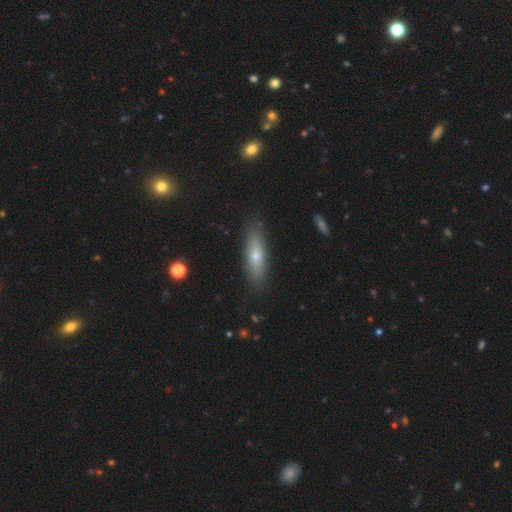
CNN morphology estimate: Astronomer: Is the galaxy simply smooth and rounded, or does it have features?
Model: smooth — 60%.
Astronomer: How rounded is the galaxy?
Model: cigar-shaped — 59% (runner-up: in between, 38%).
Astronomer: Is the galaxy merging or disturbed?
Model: none — 86%.